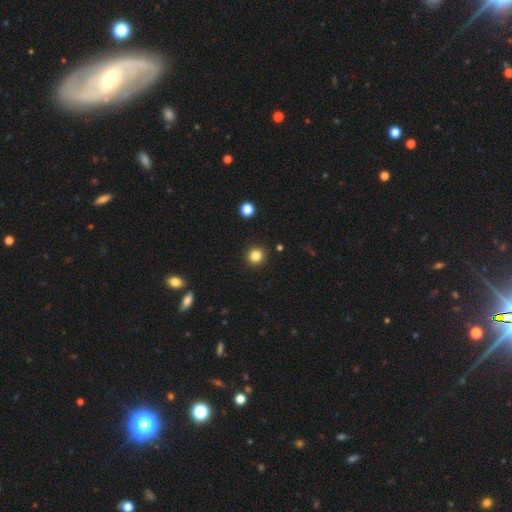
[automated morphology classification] This is clearly a smooth galaxy (83%). How rounded: clearly round (92%). Merging: clearly none (92%).